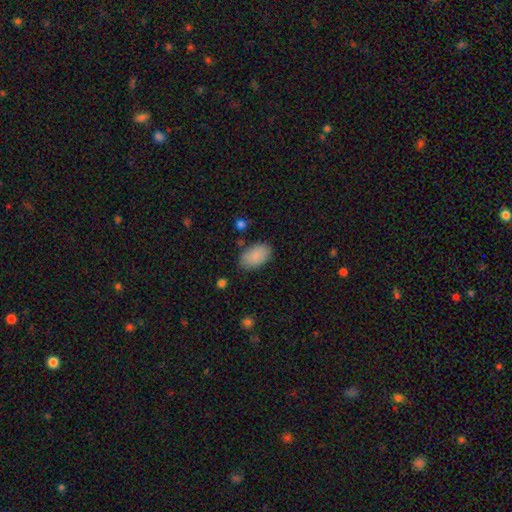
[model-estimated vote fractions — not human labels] smooth_or_featured: smooth (p=0.88) [alt: star or artifact p=0.06]
how_rounded: in between (p=0.94) [alt: round p=0.05]
merging: none (p=0.81) [alt: minor disturbance p=0.14]